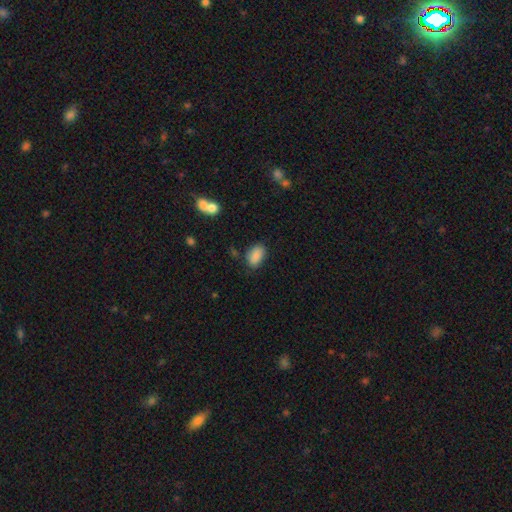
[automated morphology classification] smooth-or-featured: smooth: 88% | star or artifact: 8% | featured or disk: 4%
  how-rounded: in between: 91% | round: 8% | cigar-shaped: 2%
  merging: none: 76% | minor disturbance: 17% | major disturbance: 4% | merger: 3%